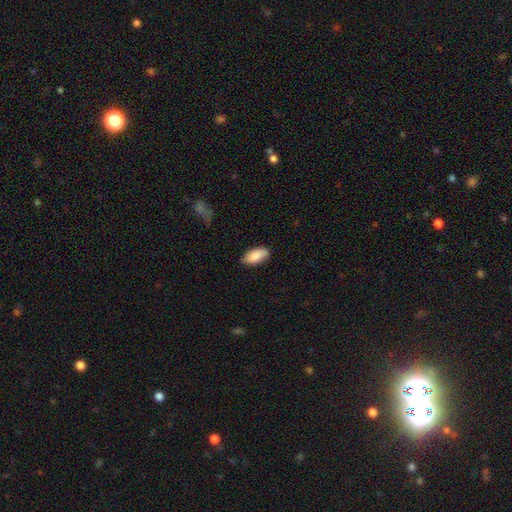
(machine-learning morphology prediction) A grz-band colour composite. It shows a smooth galaxy with no disk features (85%) that is in between round and cigar-shaped (90%). Merging: none (80%).